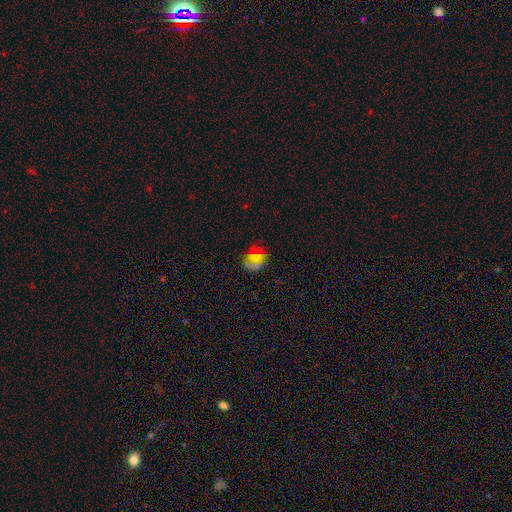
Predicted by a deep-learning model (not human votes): smooth 51%, star or artifact 32%, featured or disk 17%. Down the decision tree: how rounded — round (73%); merging — none (71%).